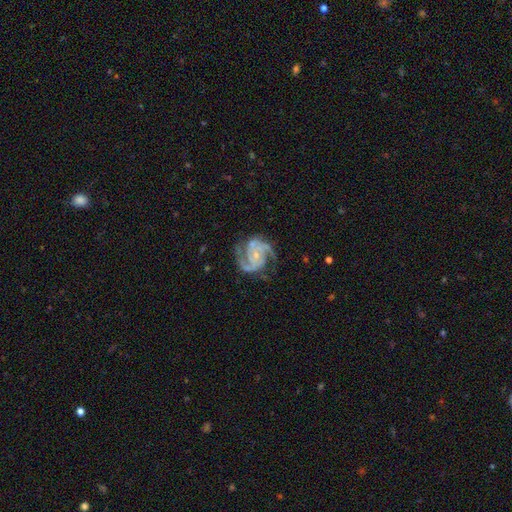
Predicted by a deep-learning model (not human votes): The model was most divided on "spiral winding": medium: 54%, tight: 36%, loose: 10%. More confident: spiral arms — yes (98%); edge-on disk — no (98%); smooth or featured — featured or disk (92%); bulge size — small (75%); merging — none (72%); spiral arm count — 2 (67%); bar — no (63%).